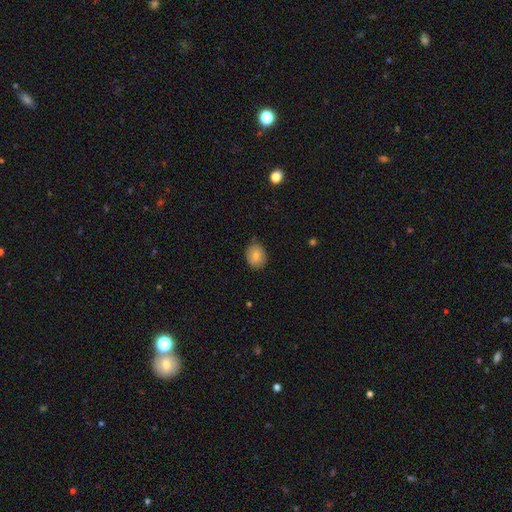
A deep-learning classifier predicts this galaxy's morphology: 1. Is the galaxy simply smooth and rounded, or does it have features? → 80% smooth, 13% featured or disk, 8% star or artifact.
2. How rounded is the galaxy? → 58% in between, 41% round, 1% cigar-shaped.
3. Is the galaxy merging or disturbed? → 80% none, 16% minor disturbance, 3% major disturbance, 1% merger.